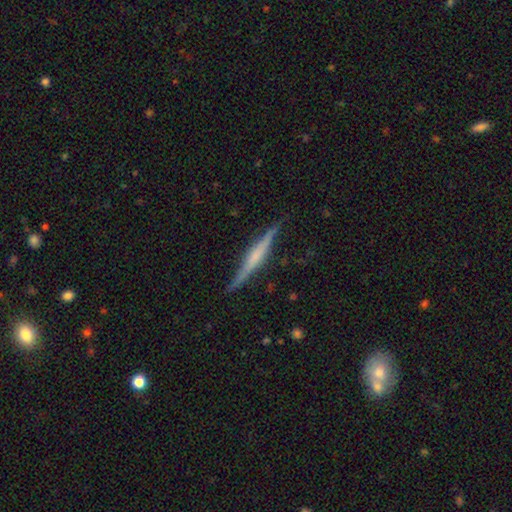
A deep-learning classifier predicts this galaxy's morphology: Smooth or featured: featured or disk — 73% (smooth — 21%)
Edge-on disk: yes — 98% (no — 2%)
Edge-on bulge: rounded — 47% (boxy — 29%)
Merging: none — 88% (minor disturbance — 9%)